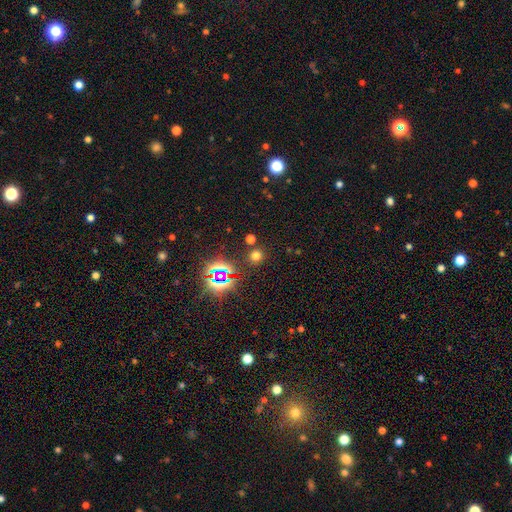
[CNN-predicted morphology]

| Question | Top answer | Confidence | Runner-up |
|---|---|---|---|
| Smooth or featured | smooth | 60% | star or artifact (33%) |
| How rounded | round | 91% | in between (8%) |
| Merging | none | 85% | minor disturbance (7%) |